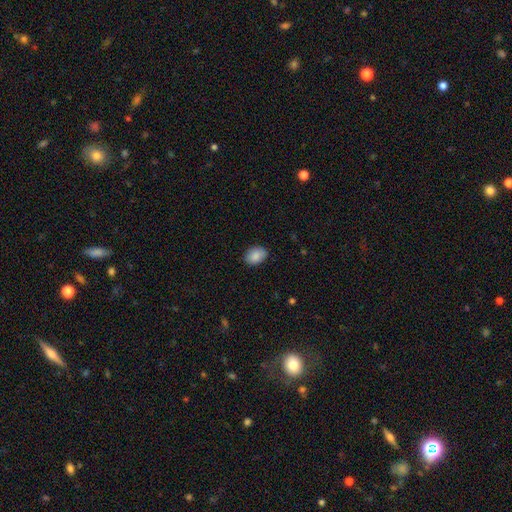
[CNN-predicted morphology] This appears to be a smooth galaxy with no disk features (88%) that is in between round and cigar-shaped (73%). Merging: none (86%).